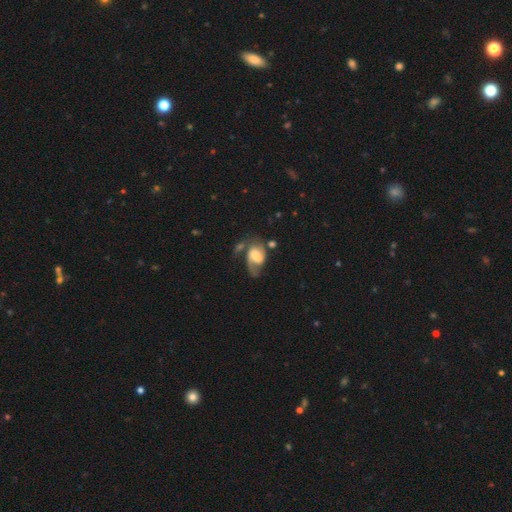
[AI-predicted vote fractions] This appears to be a featured or disk galaxy (66%) with a weak bar (44%), 2 (58%) medium (45%) spiral arms (88%) and a large central bulge (31%). Merging: none (35%).